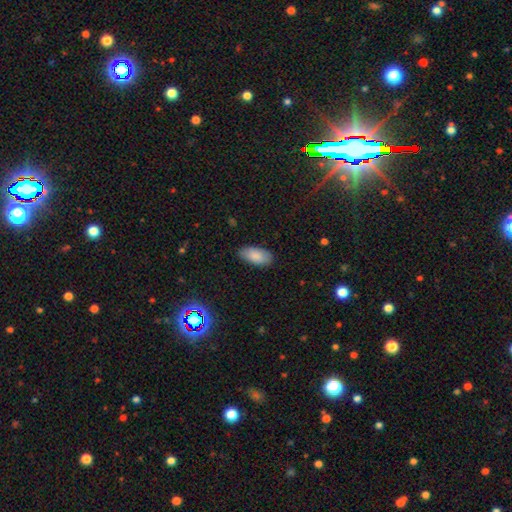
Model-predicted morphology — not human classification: A smooth galaxy with no disk features (87%) that is in between round and cigar-shaped (93%). Merging: none (85%).